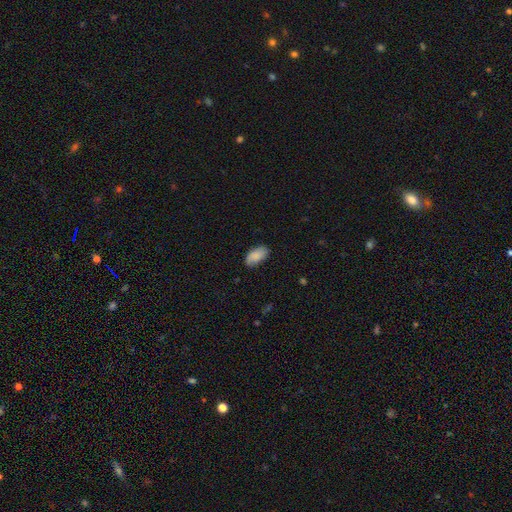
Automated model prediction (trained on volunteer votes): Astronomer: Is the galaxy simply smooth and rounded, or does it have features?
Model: smooth — 84%.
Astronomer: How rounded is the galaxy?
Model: in between — 94%.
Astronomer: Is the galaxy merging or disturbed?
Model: none — 80%.